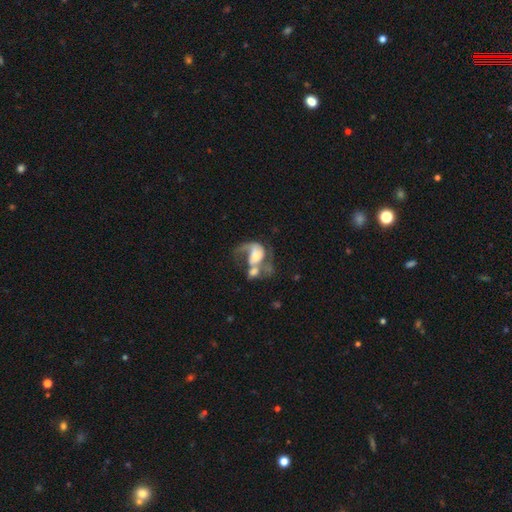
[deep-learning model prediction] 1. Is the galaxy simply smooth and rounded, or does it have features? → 62% featured or disk, 29% smooth, 8% star or artifact.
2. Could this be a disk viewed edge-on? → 97% no, 3% yes.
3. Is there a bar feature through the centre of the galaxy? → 62% no, 27% weak, 11% strong.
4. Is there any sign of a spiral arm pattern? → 71% yes, 29% no.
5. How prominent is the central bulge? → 26% moderate, 24% large, 23% none, 21% small, 6% dominant.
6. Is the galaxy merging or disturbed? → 50% merger, 29% major disturbance, 12% none, 9% minor disturbance.